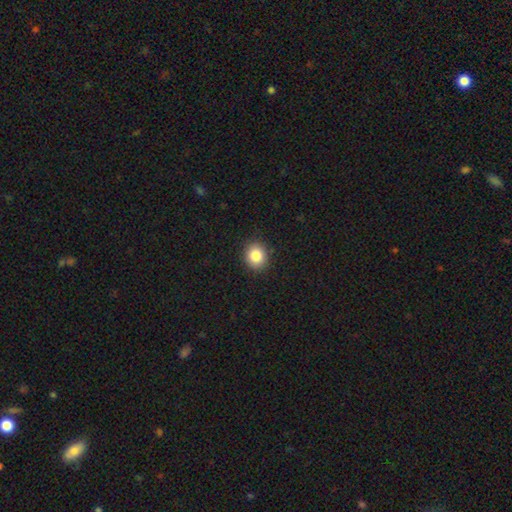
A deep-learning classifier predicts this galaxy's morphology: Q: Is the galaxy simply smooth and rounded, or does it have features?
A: smooth — 84%.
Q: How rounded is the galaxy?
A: round — 74%.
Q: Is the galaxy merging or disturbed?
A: none — 91%.